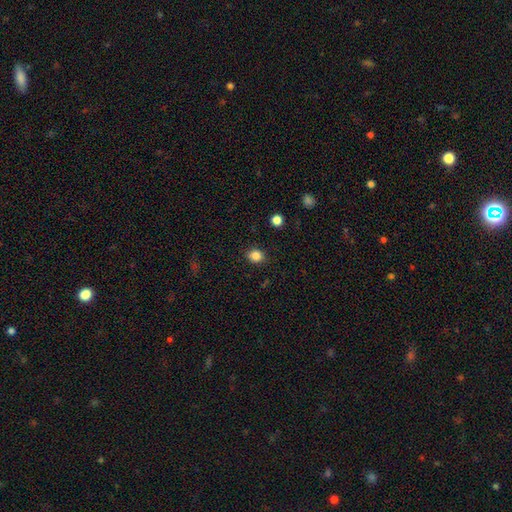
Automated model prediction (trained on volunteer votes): Overall: smooth (85%). How rounded: round (66%; in between 33%). Merging: none (89%).